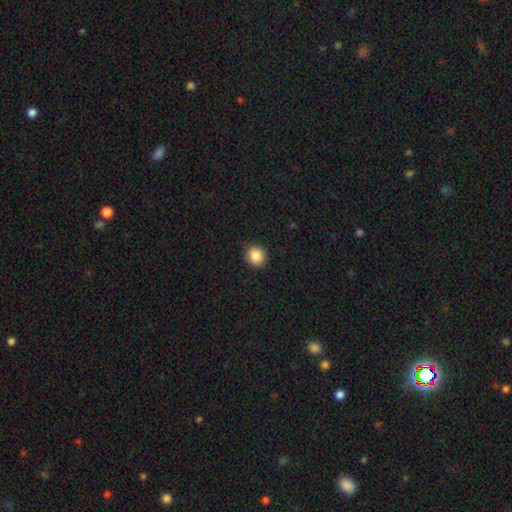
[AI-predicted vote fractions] smooth 88%, star or artifact 9%, featured or disk 3%. Down the decision tree: how rounded — round (84%); merging — none (91%).